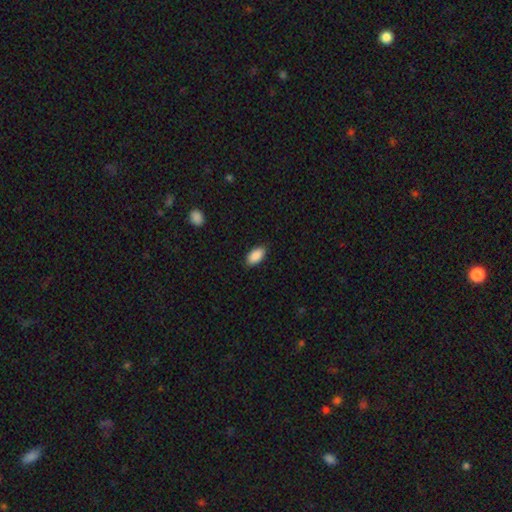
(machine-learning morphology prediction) type=smooth (90%); roundness=in between (94%); merging=none (86%).